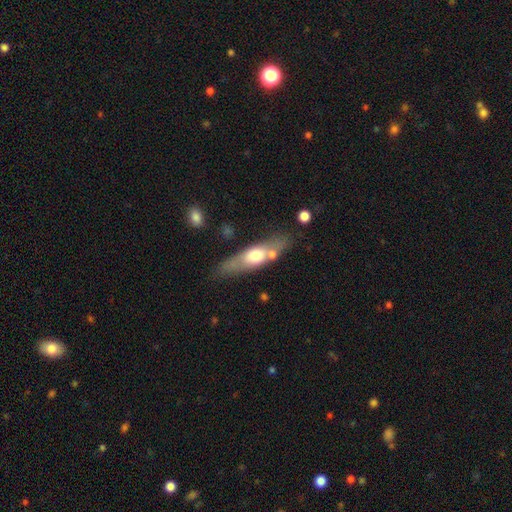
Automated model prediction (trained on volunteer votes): This appears to be a smooth galaxy with no disk features (50%) that is cigar-shaped (59%). Merging: none (67%).